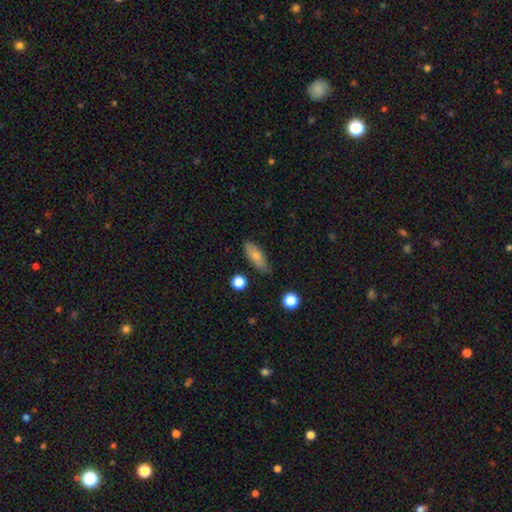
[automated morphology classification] type=smooth (78%); roundness=in between (69%); merging=none (76%).